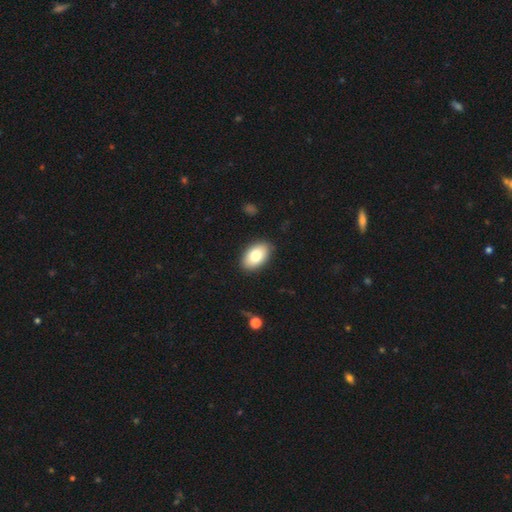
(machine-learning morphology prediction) A smooth galaxy with no disk features (79%) that is in between round and cigar-shaped (92%).

Vote fractions:
- Smooth or featured? smooth: 79% / featured or disk: 14% / star or artifact: 7%
- How rounded? in between: 92% / round: 7% / cigar-shaped: 1%
- Merging? none: 88% / minor disturbance: 9% / major disturbance: 2% / merger: 1%